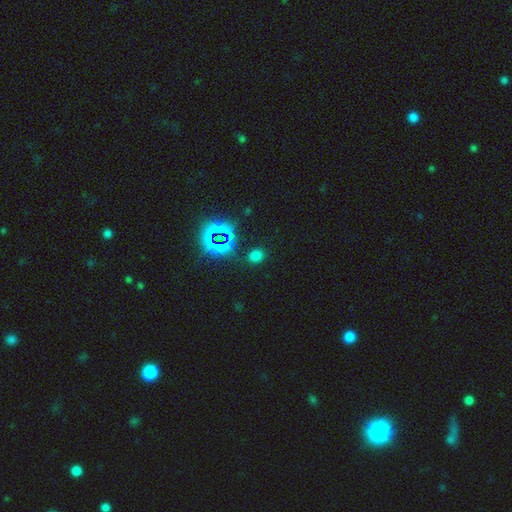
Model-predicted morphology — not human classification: type=smooth (62%); roundness=round (57%); merging=none (83%).